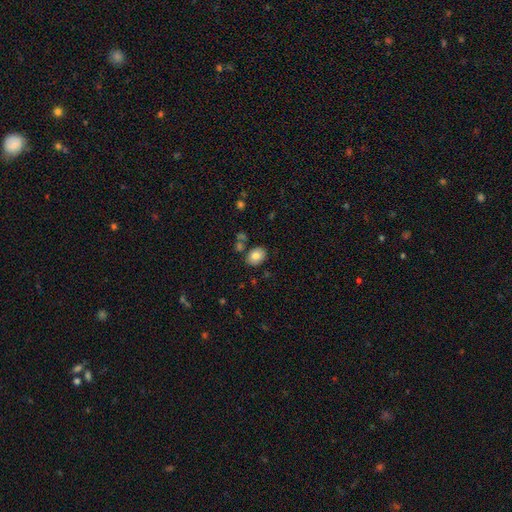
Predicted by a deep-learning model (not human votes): This is clearly a smooth galaxy (81%). How rounded: likely in between (68%). Merging: likely none (79%).